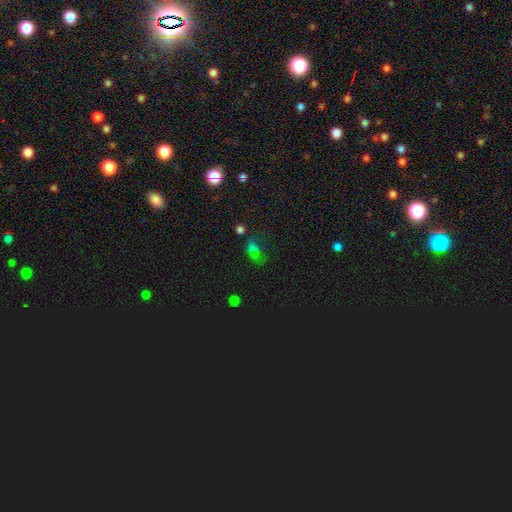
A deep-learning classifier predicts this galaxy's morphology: smooth_or_featured: star or artifact (p=0.46) [alt: smooth p=0.40]